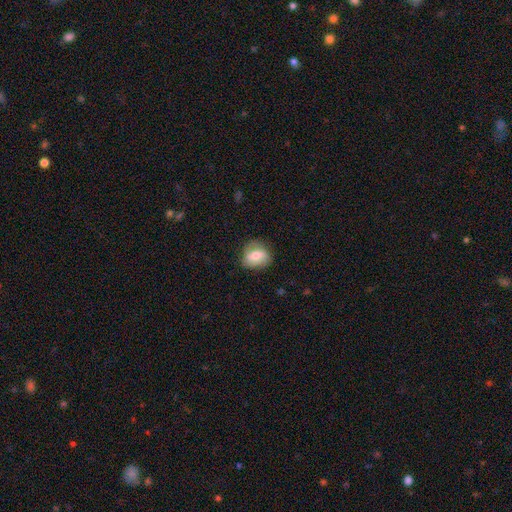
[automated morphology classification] Overall: smooth (52%; featured or disk 40%). How rounded: round (61%; in between 37%). Merging: none (74%).